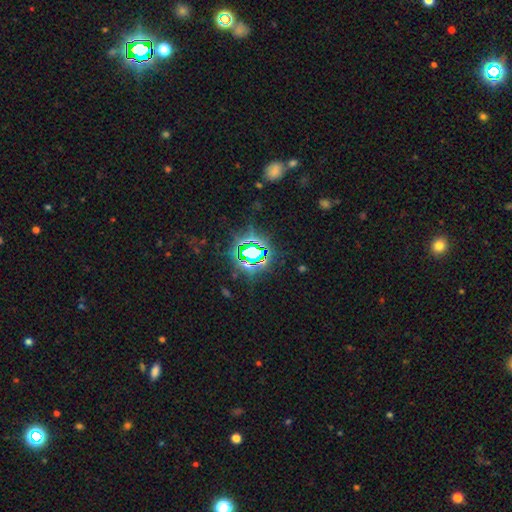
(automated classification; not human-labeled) Smooth or featured: star or artifact — 80% (smooth — 11%)